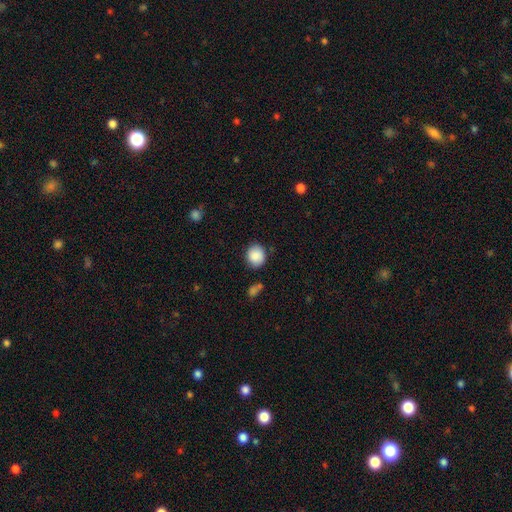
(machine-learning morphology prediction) Smooth or featured?
  - smooth: 88% *
  - star or artifact: 8%
  - featured or disk: 4%
How rounded?
  - round: 76% *
  - in between: 23%
  - cigar-shaped: 1%
Merging?
  - none: 81% *
  - minor disturbance: 12%
  - merger: 3%
  - major disturbance: 3%